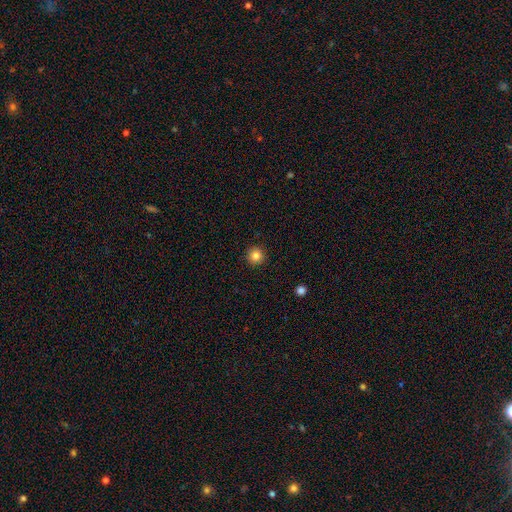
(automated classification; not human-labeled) The model was most divided on "smooth or featured": smooth: 84%, star or artifact: 11%, featured or disk: 5%. More confident: how rounded — round (96%); merging — none (93%).